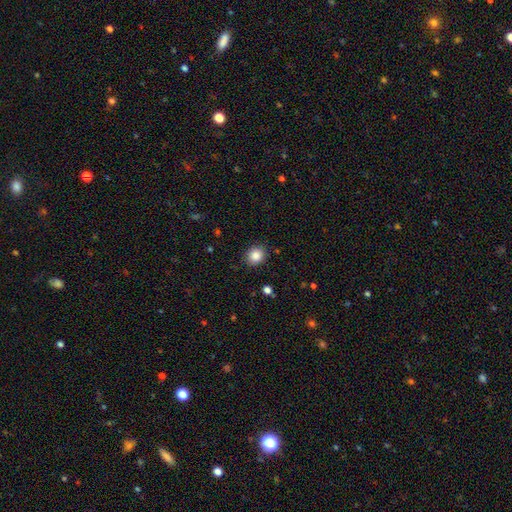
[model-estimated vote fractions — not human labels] smooth-or-featured: smooth: 86% | star or artifact: 10% | featured or disk: 4%
  how-rounded: round: 69% | in between: 31% | cigar-shaped: 1%
  merging: none: 88% | minor disturbance: 8% | major disturbance: 3% | merger: 1%